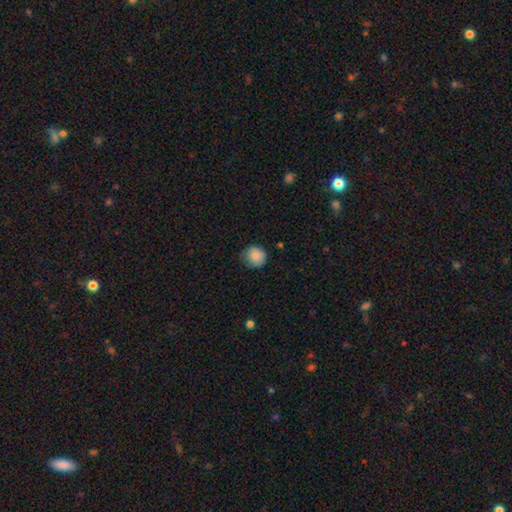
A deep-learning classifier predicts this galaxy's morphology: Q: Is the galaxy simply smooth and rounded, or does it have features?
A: smooth — 86%.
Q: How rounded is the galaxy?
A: round — 86%.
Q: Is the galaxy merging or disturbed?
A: none — 71%.